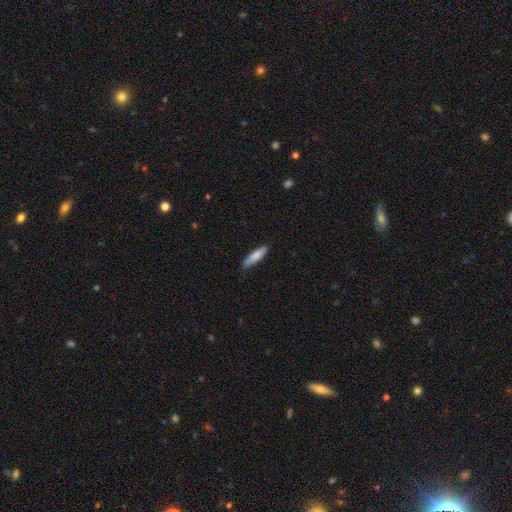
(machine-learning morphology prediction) Smooth or featured: smooth — 82% (featured or disk — 12%)
How rounded: cigar-shaped — 69% (in between — 30%)
Merging: none — 83% (minor disturbance — 14%)